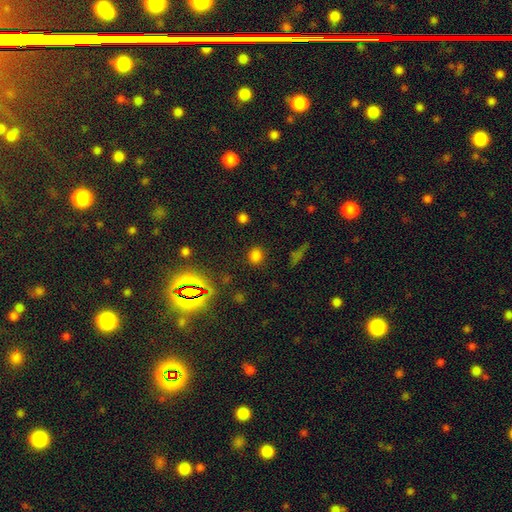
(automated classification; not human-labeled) Smooth or featured?
  - smooth: 72% *
  - star or artifact: 22%
  - featured or disk: 5%
How rounded?
  - round: 76% *
  - in between: 22%
  - cigar-shaped: 2%
Merging?
  - none: 87% *
  - minor disturbance: 7%
  - major disturbance: 3%
  - merger: 2%